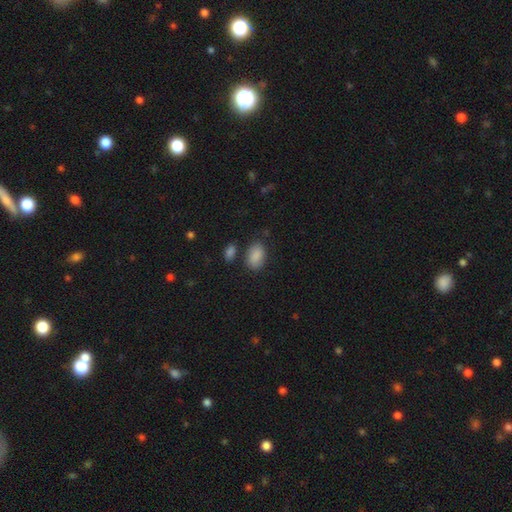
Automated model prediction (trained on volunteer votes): A smooth galaxy with no disk features (88%) that is in between round and cigar-shaped (88%). Merging: none (74%).